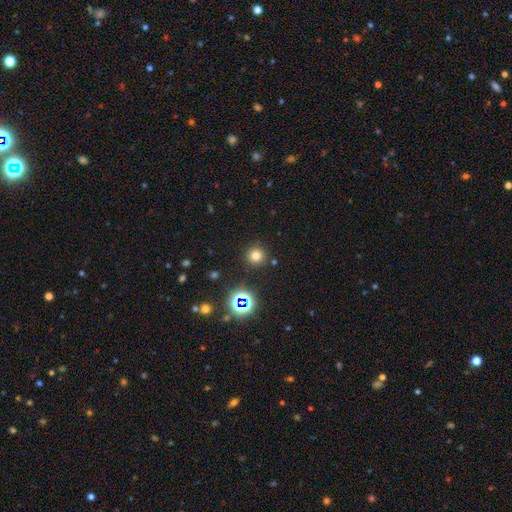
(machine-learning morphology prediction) smooth 72%, star or artifact 21%, featured or disk 7%. Down the decision tree: how rounded — round (94%); merging — none (87%).